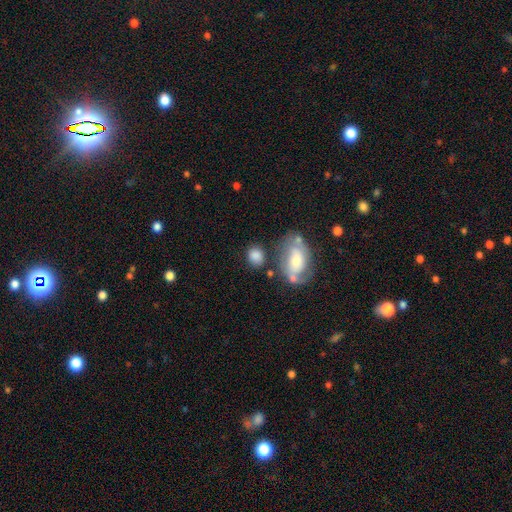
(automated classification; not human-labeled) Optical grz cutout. It shows a smooth galaxy with no disk features (79%) that is in between round and cigar-shaped (50%). Merging: none (62%).